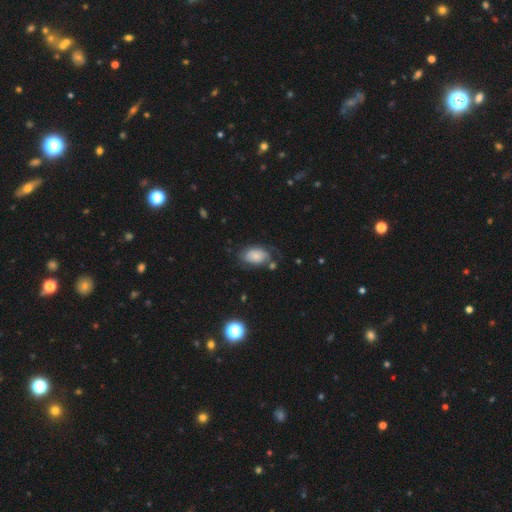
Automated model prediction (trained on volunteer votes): A smooth galaxy with no disk features (71%) that is in between round and cigar-shaped (89%). Merging: none (52%).